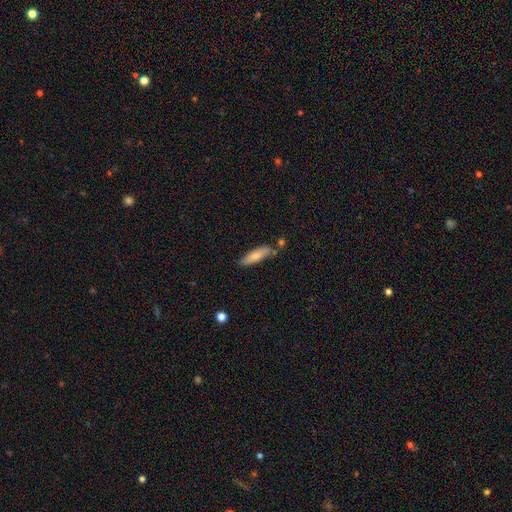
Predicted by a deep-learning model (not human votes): Overall: smooth (76%). How rounded: cigar-shaped (60%; in between 38%). Merging: none (71%).